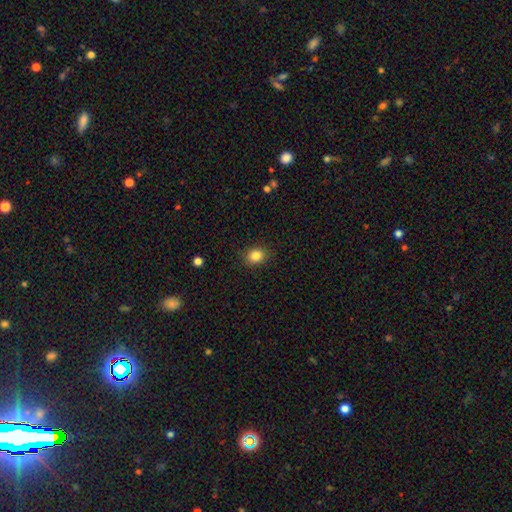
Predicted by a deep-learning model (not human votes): Q: Smooth or featured?
A: smooth (85%); runner-up: star or artifact (10%)
Q: How rounded?
A: round (62%); runner-up: in between (38%)
Q: Merging?
A: none (88%); runner-up: minor disturbance (9%)